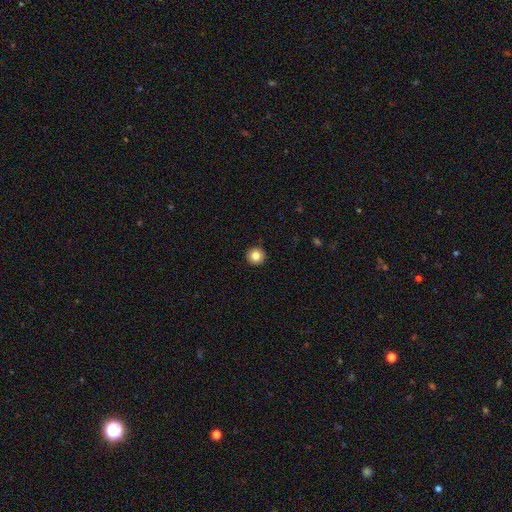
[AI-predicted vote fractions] This appears to be a smooth galaxy with no disk features (84%) that is round (95%). Merging: none (93%).